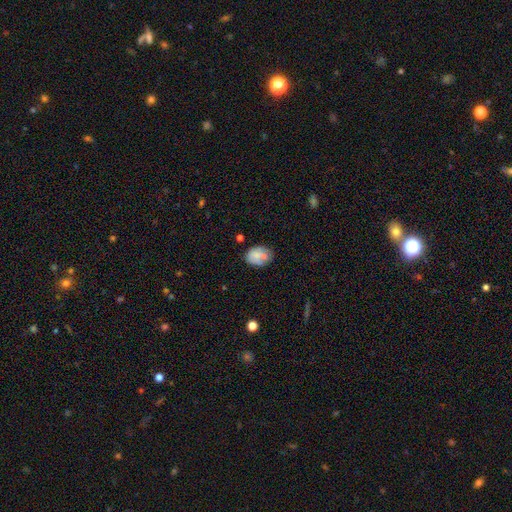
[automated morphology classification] type=smooth (69%); roundness=in between (71%); merging=none (61%).